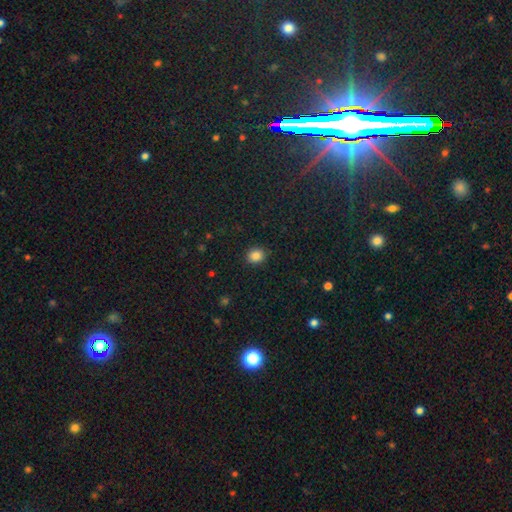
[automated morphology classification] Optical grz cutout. It shows a smooth galaxy with no disk features (85%) that is round (72%). Merging: none (90%).